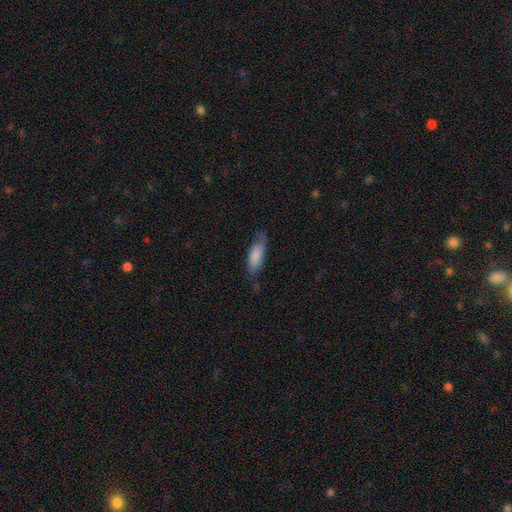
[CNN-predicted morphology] Overall: smooth (82%). How rounded: in between (66%; cigar-shaped 32%). Merging: none (59%; minor disturbance 30%).